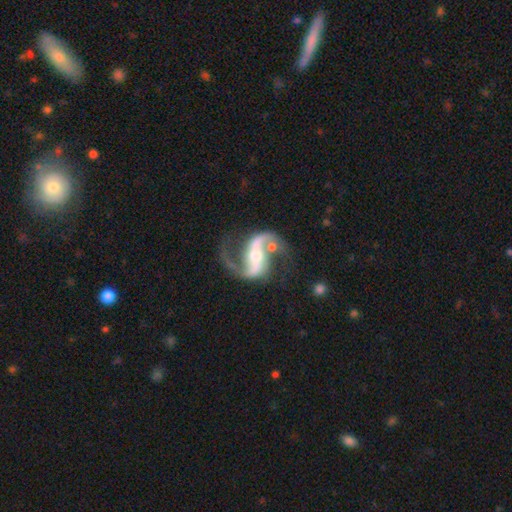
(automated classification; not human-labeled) This is clearly a featured or disk galaxy (92%). It is clearly not viewed edge-on (98%). Bar: possibly strong (52%). Spiral arm pattern: clearly yes (98%). Spiral arm count: clearly 2 (94%). Spiral winding: possibly loose (59%). Central bulge: possibly moderate (49%). Merging: likely none (68%).